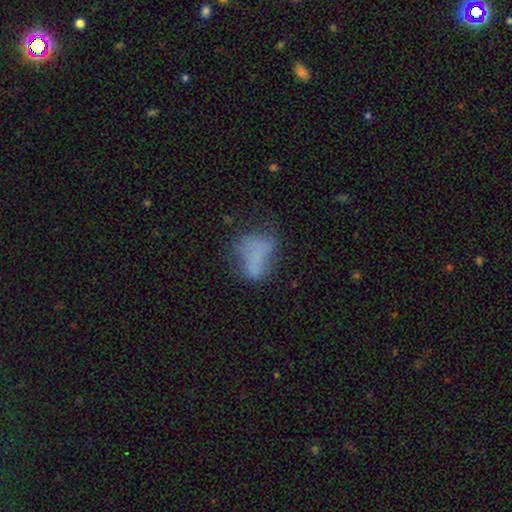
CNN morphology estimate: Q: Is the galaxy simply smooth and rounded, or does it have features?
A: smooth — 58%.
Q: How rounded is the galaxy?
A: in between — 78%.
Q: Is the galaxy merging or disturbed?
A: none — 35%.